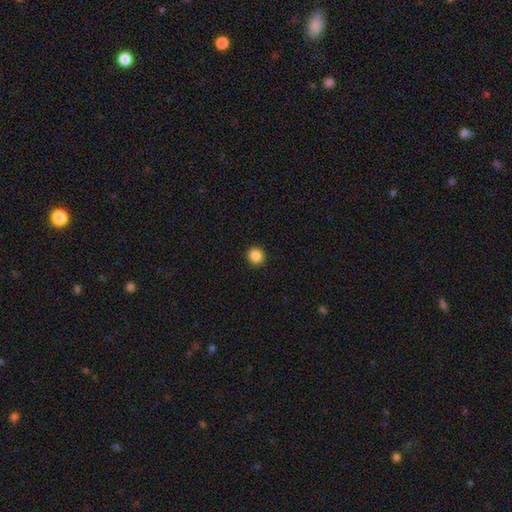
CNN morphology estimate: A smooth galaxy with no disk features (87%) that is round (92%). Merging: none (92%).